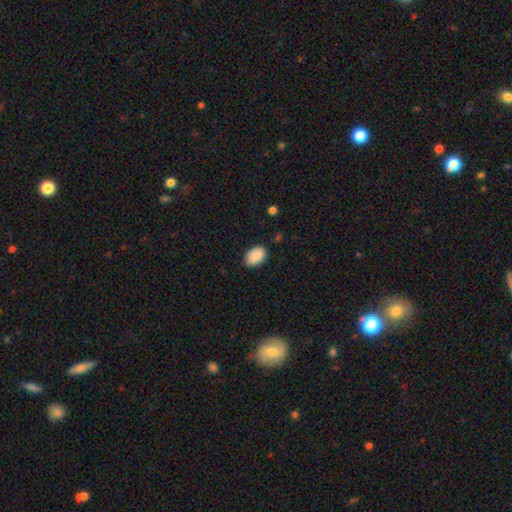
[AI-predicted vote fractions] Smooth or featured? smooth (90%)
How rounded? in between (89%)
Merging? none (86%)